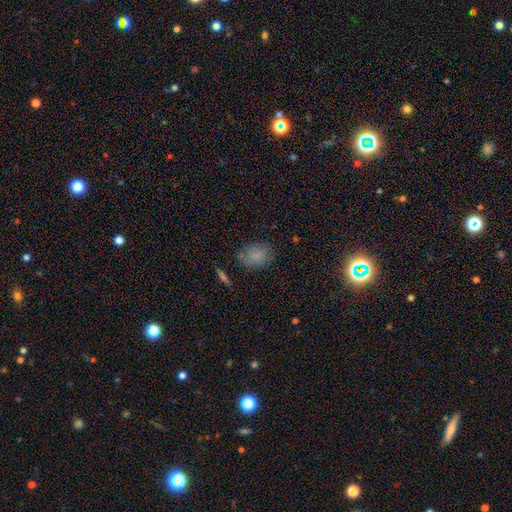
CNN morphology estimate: Smooth or featured? smooth (78%)
How rounded? in between (61%)
Merging? none (76%)